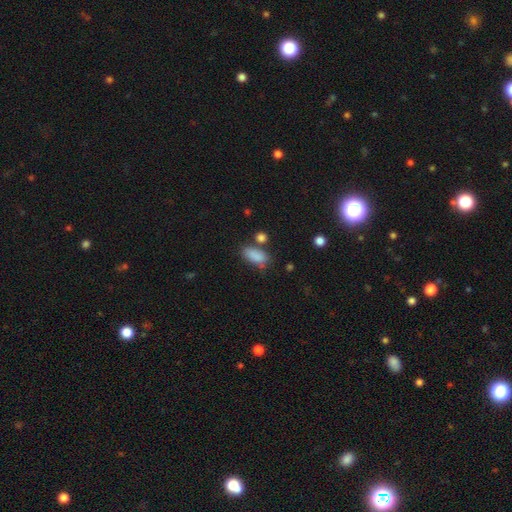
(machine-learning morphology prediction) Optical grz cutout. It shows a smooth galaxy with no disk features (86%) that is in between round and cigar-shaped (85%). Merging: none (63%).